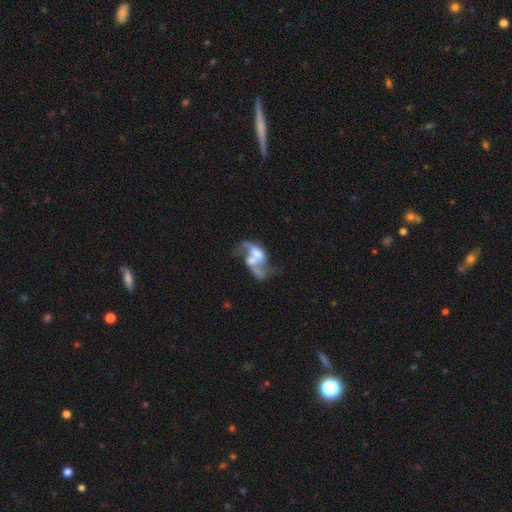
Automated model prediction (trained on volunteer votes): Smooth or featured? Predicted: featured or disk (p=0.69). Edge-on disk? Predicted: no (p=0.96). Bar? Predicted: no (p=0.61). Spiral arms? Predicted: yes (p=0.60). Bulge size? Predicted: moderate (p=0.35). Merging? Predicted: merger (p=0.53).